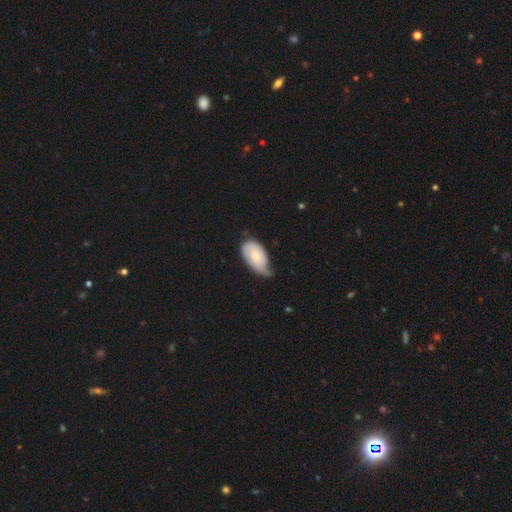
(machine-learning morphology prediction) Smooth or featured: smooth — 57% (featured or disk — 37%)
How rounded: in between — 93% (round — 4%)
Merging: minor disturbance — 49% (none — 30%)